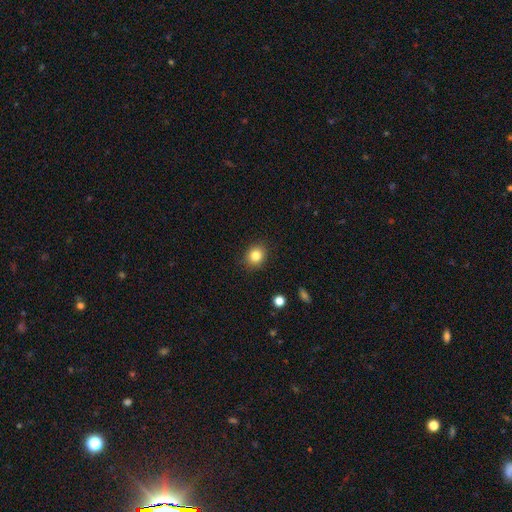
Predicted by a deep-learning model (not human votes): This appears to be a smooth galaxy with no disk features (83%) that is round (69%). Merging: none (88%).